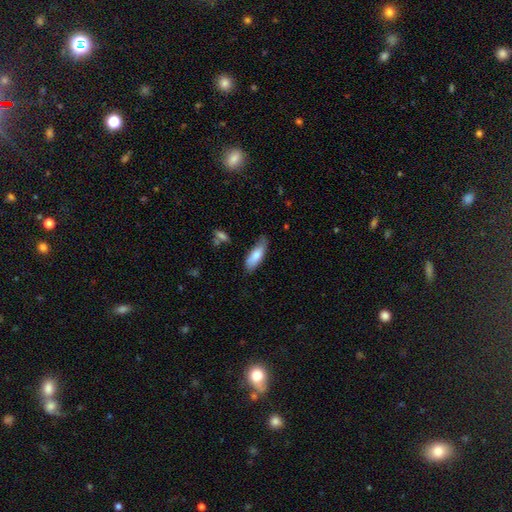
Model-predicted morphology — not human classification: smooth_or_featured: smooth (p=0.78) [alt: featured or disk p=0.16]
how_rounded: in between (p=0.61) [alt: cigar-shaped p=0.37]
merging: none (p=0.68) [alt: minor disturbance p=0.25]